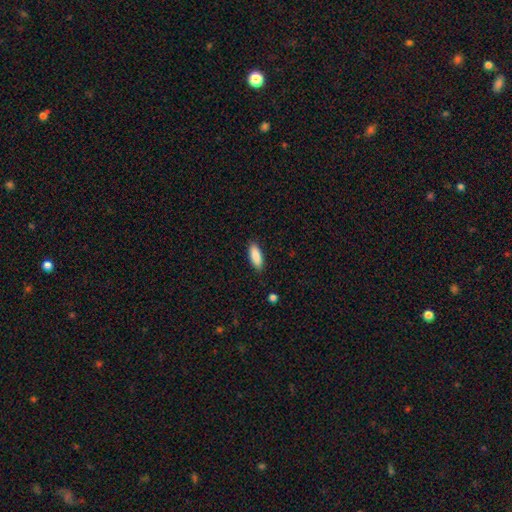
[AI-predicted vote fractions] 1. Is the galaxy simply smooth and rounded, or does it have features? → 88% smooth, 6% star or artifact, 6% featured or disk.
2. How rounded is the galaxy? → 70% in between, 28% cigar-shaped, 2% round.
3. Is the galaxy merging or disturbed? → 87% none, 9% minor disturbance, 2% major disturbance, 1% merger.